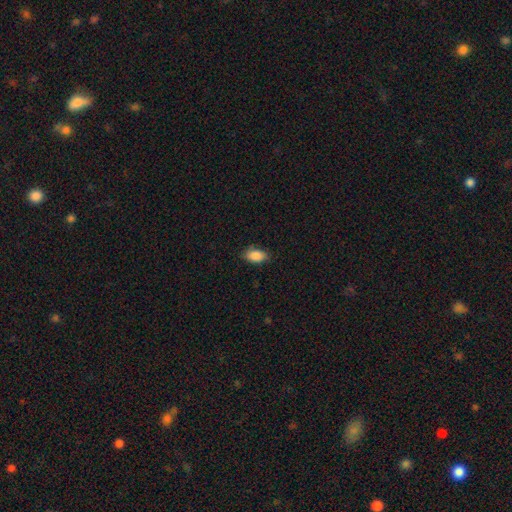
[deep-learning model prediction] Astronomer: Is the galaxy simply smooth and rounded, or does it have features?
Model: smooth — 88%.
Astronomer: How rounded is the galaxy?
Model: in between — 91%.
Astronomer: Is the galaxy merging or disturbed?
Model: none — 82%.